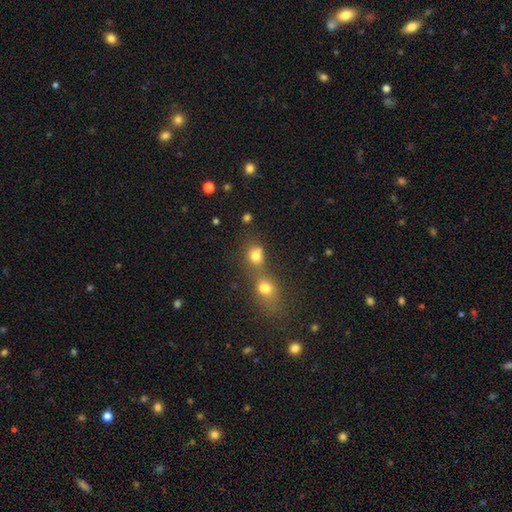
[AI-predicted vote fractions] The model was most divided on "merging": merger: 54%, none: 34%, minor disturbance: 7%, major disturbance: 4%. More confident: smooth or featured — smooth (76%); how rounded — round (70%).